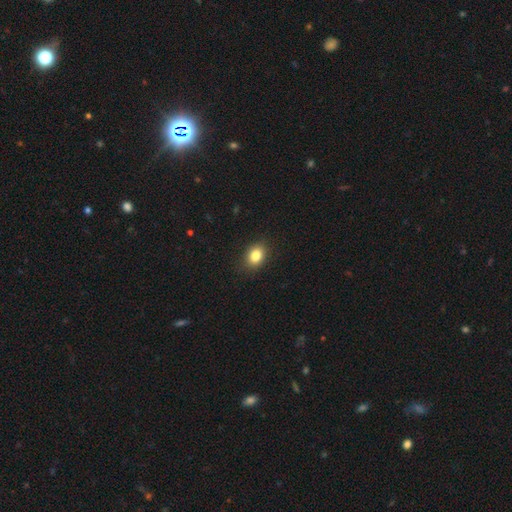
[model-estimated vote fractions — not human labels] smooth_or_featured: smooth (p=0.84) [alt: star or artifact p=0.10]
how_rounded: in between (p=0.60) [alt: round p=0.39]
merging: none (p=0.87) [alt: minor disturbance p=0.10]